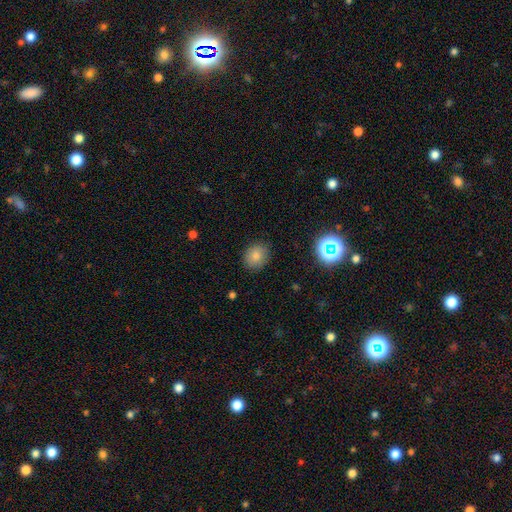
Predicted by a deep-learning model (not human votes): Overall: smooth (79%). How rounded: round (67%; in between 32%). Merging: none (85%).